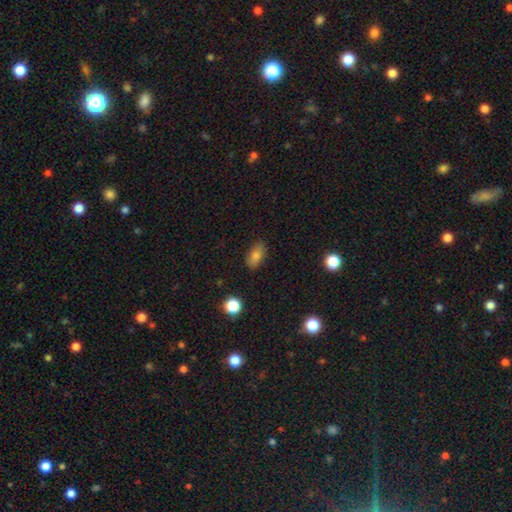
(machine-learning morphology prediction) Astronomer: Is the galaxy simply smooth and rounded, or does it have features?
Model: smooth — 80%.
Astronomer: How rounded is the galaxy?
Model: in between — 87%.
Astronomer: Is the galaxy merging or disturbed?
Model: none — 85%.